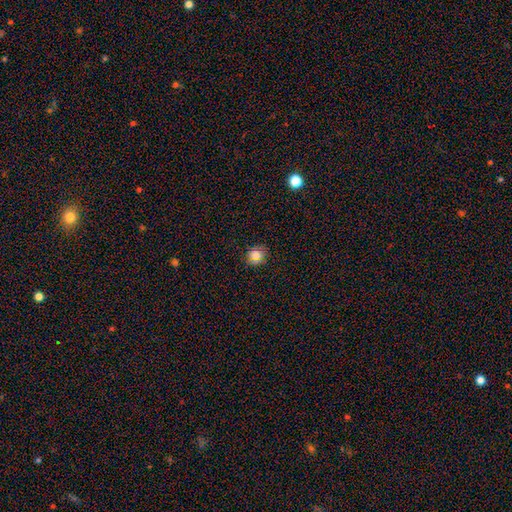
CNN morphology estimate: Smooth or featured: smooth — 79% (star or artifact — 13%)
How rounded: round — 76% (in between — 23%)
Merging: none — 86% (minor disturbance — 11%)